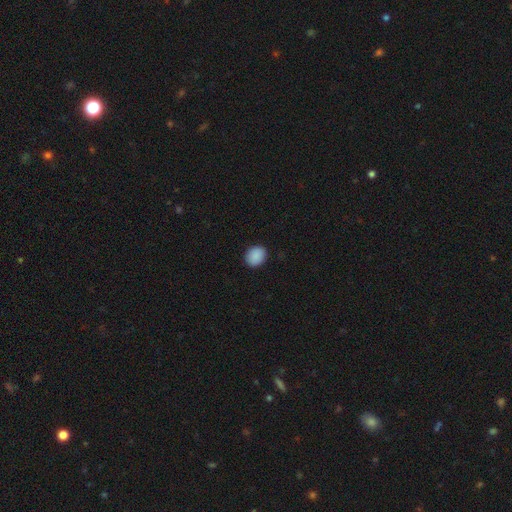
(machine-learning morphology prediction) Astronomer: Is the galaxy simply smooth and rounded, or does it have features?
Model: smooth — 89%.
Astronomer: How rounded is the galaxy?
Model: round — 53% (runner-up: in between, 46%).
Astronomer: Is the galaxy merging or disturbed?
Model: none — 89%.